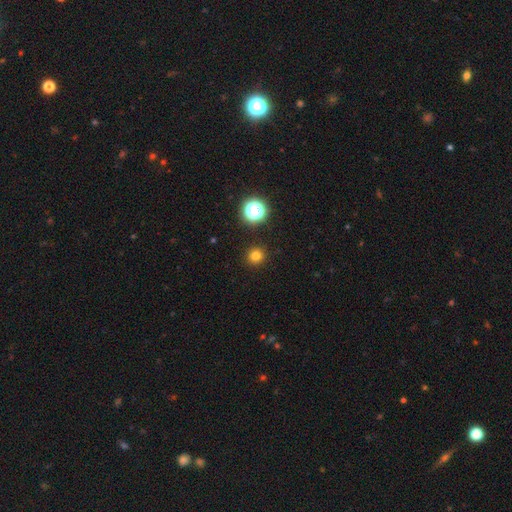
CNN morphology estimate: smooth 78%, star or artifact 17%, featured or disk 5%. Down the decision tree: how rounded — round (95%); merging — none (92%).